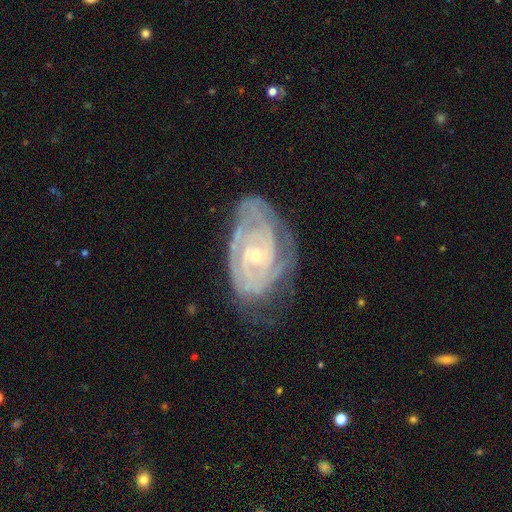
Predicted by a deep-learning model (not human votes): featured or disk 86%, smooth 8%, star or artifact 6%. Down the decision tree: edge-on disk — no (96%); bar — no (72%); spiral arms — yes (94%); spiral arm count — can't tell (38%); spiral winding — tight (76%); bulge size — small (75%); merging — none (59%).